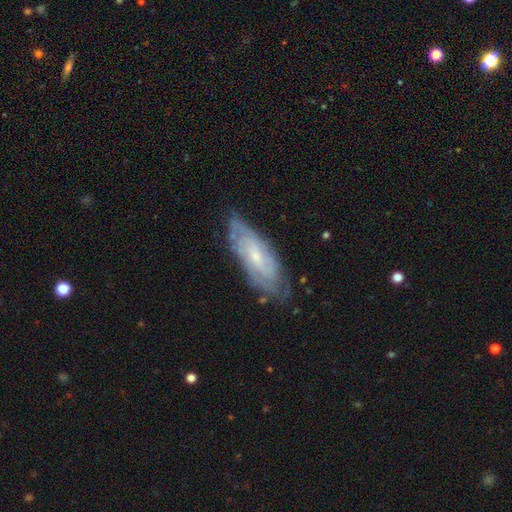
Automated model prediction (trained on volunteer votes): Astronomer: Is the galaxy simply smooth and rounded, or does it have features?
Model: featured or disk — 71%.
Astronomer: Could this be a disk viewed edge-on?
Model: no — 85%.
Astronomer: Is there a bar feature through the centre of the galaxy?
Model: no — 60%.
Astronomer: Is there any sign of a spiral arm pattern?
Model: yes — 87%.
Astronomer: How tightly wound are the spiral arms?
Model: tight — 64%.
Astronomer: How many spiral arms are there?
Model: can't tell — 58%.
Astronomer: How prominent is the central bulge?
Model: small — 66%.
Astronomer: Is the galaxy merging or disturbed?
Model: none — 73%.